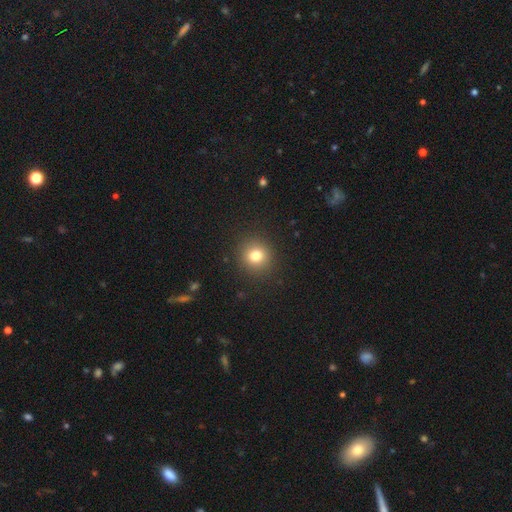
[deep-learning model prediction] A smooth galaxy with no disk features (79%) that is round (92%).

Vote fractions:
- Smooth or featured? smooth: 79% / star or artifact: 13% / featured or disk: 8%
- How rounded? round: 92% / in between: 7% / cigar-shaped: 1%
- Merging? none: 91% / minor disturbance: 6% / major disturbance: 2% / merger: 1%